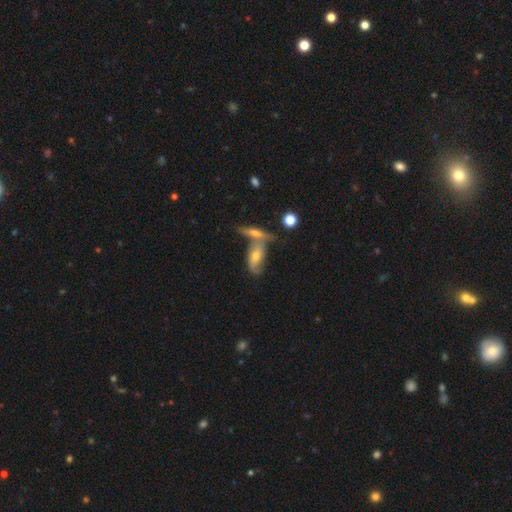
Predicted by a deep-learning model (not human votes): smooth_or_featured: featured or disk (p=0.61) [alt: smooth p=0.30]
disk_edge_on: no (p=0.67) [alt: yes p=0.33]
merging: merger (p=0.41) [alt: none p=0.37]